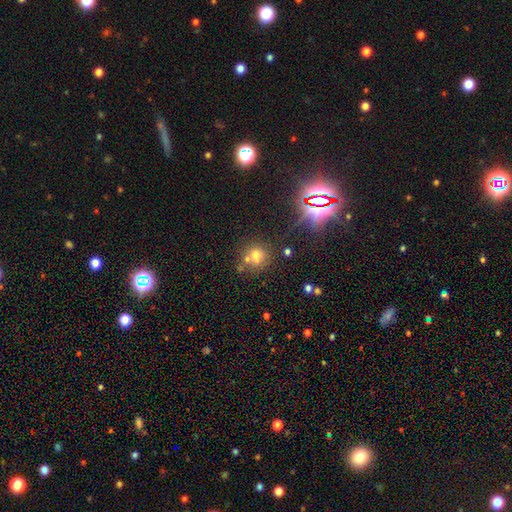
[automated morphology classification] smooth_or_featured: smooth (p=0.58) [alt: star or artifact p=0.26]
how_rounded: round (p=0.82) [alt: in between p=0.17]
merging: none (p=0.53) [alt: merger p=0.31]